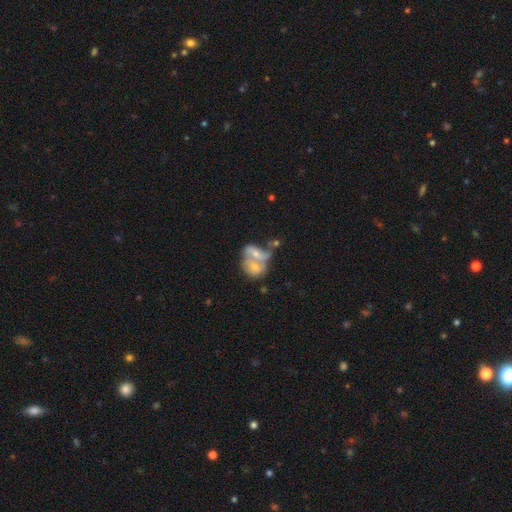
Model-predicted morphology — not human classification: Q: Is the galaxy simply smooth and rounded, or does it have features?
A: smooth — 47%.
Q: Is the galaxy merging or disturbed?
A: merger — 73%.